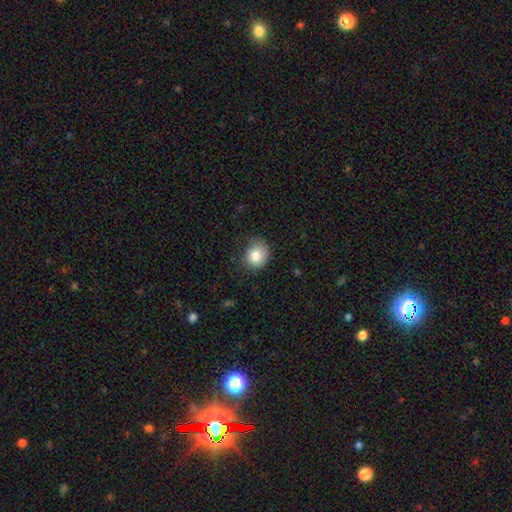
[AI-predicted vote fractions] This appears to be a smooth galaxy with no disk features (81%) that is round (73%). Merging: none (68%).